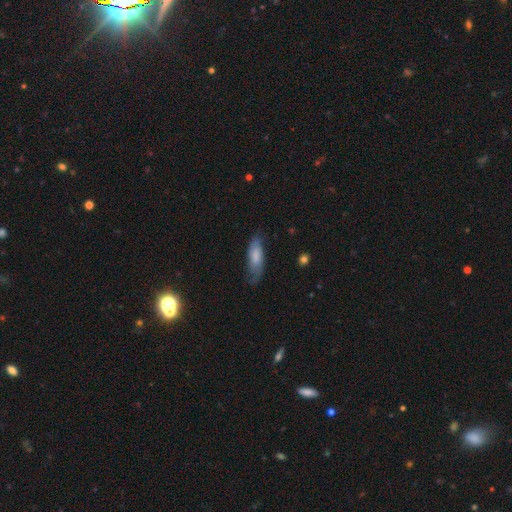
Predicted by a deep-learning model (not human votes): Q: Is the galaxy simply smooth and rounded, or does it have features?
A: smooth — 61%.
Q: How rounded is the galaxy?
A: in between — 63%.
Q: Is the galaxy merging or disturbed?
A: none — 61%.